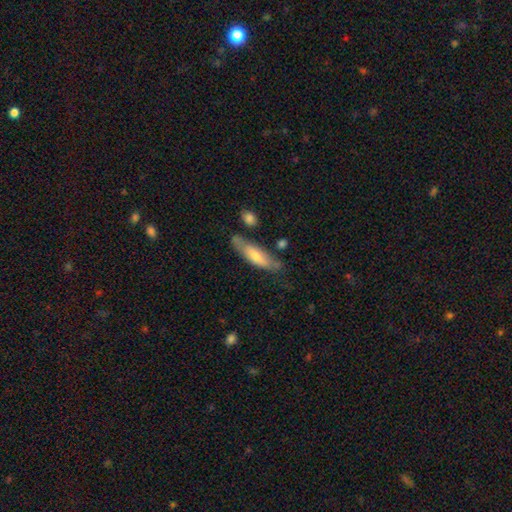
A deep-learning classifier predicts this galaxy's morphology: A smooth galaxy with no disk features (51%) that is cigar-shaped (64%).

Vote fractions:
- Smooth or featured? smooth: 51% / featured or disk: 42% / star or artifact: 8%
- How rounded? cigar-shaped: 64% / in between: 34% / round: 2%
- Merging? none: 66% / minor disturbance: 21% / major disturbance: 7% / merger: 6%